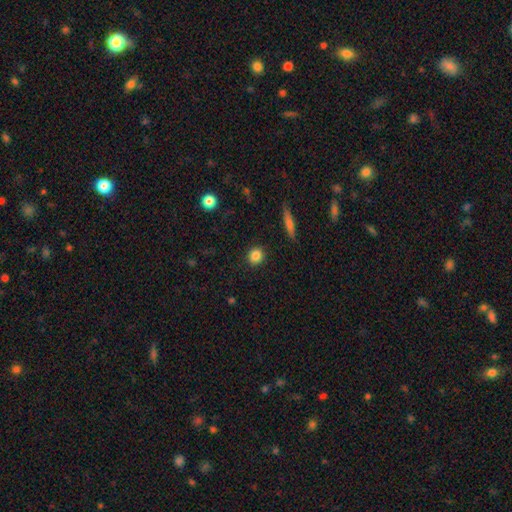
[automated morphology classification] Smooth or featured?
  - smooth: 85% *
  - star or artifact: 9%
  - featured or disk: 6%
How rounded?
  - round: 85% *
  - in between: 13%
  - cigar-shaped: 2%
Merging?
  - none: 91% *
  - minor disturbance: 6%
  - major disturbance: 2%
  - merger: 1%